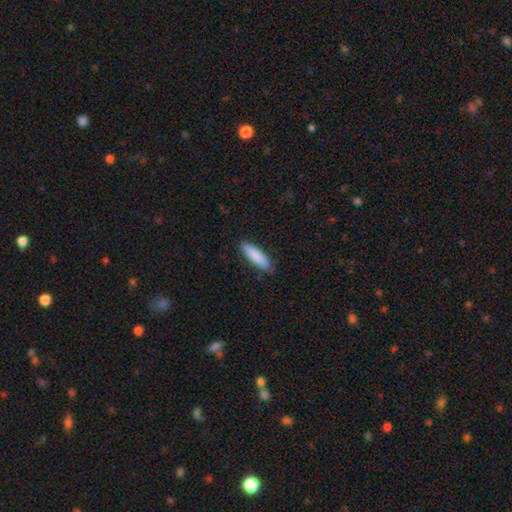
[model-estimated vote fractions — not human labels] A smooth galaxy with no disk features (85%) that is cigar-shaped (73%). Merging: none (86%).